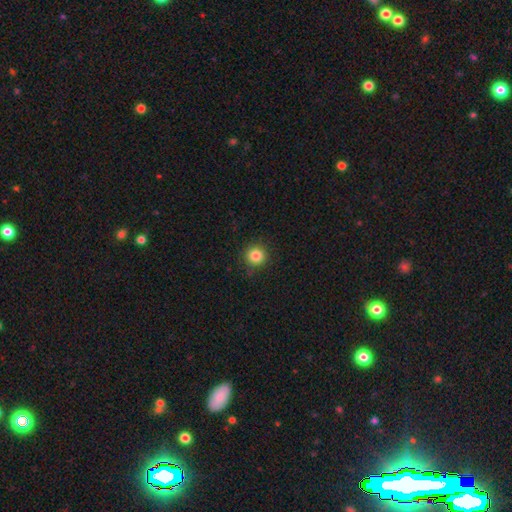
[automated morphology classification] Smooth or featured? Predicted: smooth (p=0.84). How rounded? Predicted: round (p=0.94). Merging? Predicted: none (p=0.90).